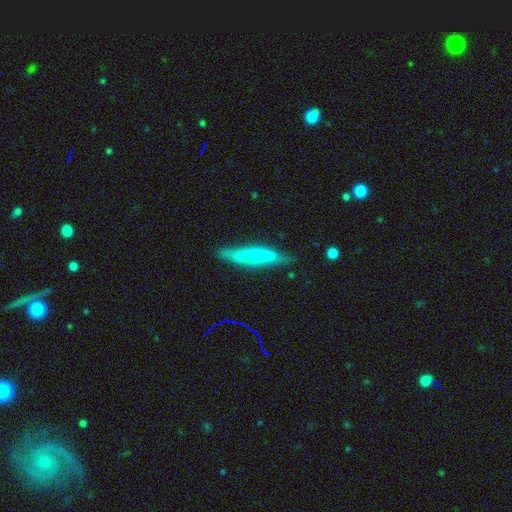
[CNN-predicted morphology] The model was most divided on "smooth or featured": smooth: 63%, featured or disk: 31%, star or artifact: 7%. More confident: how rounded — cigar-shaped (90%); merging — none (77%).